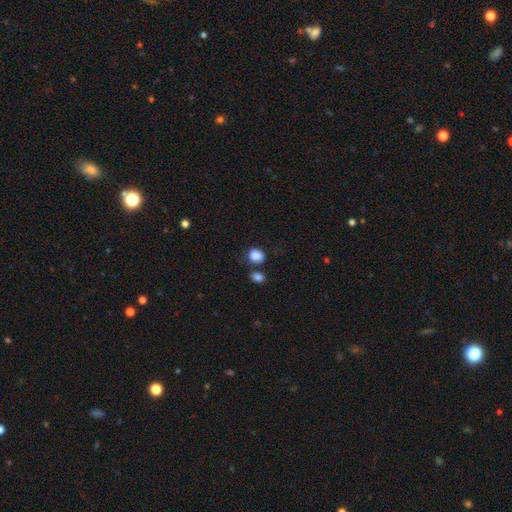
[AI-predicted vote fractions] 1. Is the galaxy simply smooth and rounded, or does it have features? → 86% smooth, 10% star or artifact, 4% featured or disk.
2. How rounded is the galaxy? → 57% round, 42% in between, 1% cigar-shaped.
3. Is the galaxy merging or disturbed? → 66% none, 15% minor disturbance, 13% merger, 5% major disturbance.